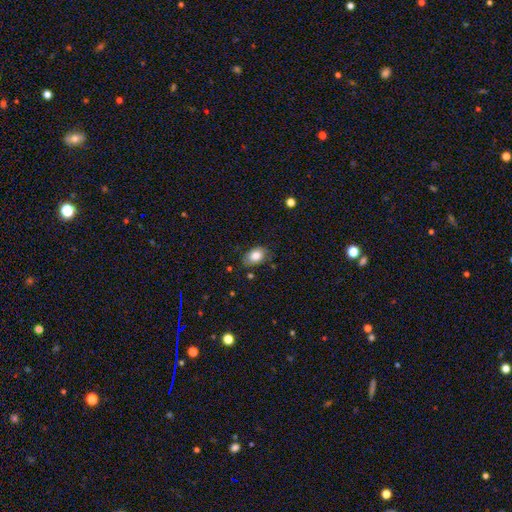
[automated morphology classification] A smooth galaxy with no disk features (84%) that is in between round and cigar-shaped (81%).

Vote fractions:
- Smooth or featured? smooth: 84% / featured or disk: 8% / star or artifact: 8%
- How rounded? in between: 81% / round: 18% / cigar-shaped: 1%
- Merging? none: 78% / minor disturbance: 17% / major disturbance: 3% / merger: 2%